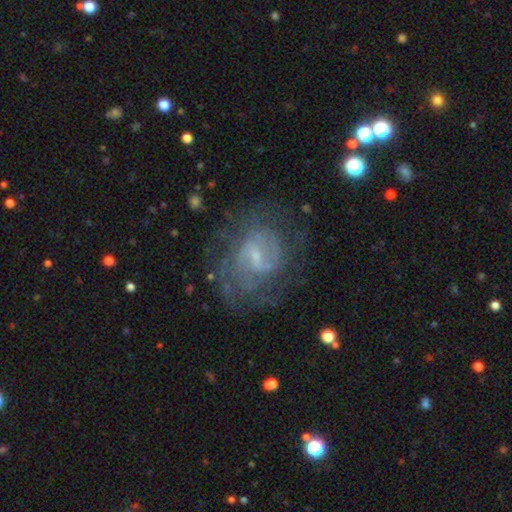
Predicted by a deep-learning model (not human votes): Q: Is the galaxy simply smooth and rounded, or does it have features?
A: featured or disk — 80%.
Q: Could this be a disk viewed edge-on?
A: no — 97%.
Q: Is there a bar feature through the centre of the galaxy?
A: weak — 59%.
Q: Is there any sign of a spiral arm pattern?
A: yes — 86%.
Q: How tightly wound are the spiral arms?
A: tight — 45%.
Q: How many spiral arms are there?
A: can't tell — 43%.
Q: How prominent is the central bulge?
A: small — 70%.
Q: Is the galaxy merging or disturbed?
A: none — 65%.